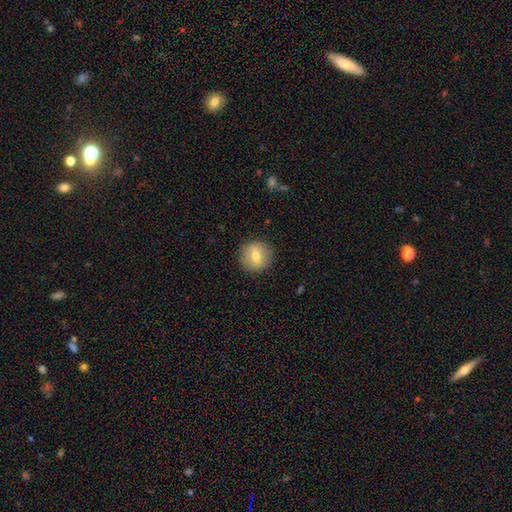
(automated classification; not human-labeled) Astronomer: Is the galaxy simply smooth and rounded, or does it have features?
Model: smooth — 59%.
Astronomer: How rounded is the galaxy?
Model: round — 89%.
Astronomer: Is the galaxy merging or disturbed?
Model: none — 88%.